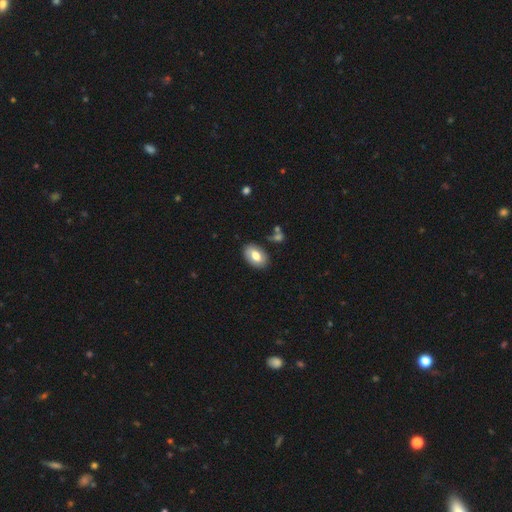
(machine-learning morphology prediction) smooth-or-featured: smooth: 74% | featured or disk: 19% | star or artifact: 7%
  how-rounded: in between: 89% | round: 9% | cigar-shaped: 1%
  merging: none: 82% | minor disturbance: 12% | merger: 3% | major disturbance: 3%